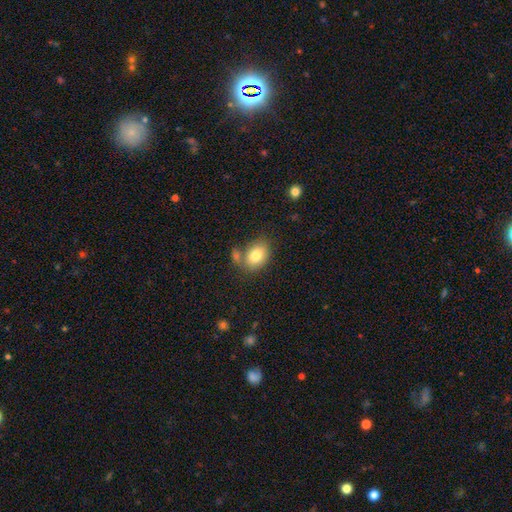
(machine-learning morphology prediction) smooth-or-featured: smooth: 81% | featured or disk: 11% | star or artifact: 8%
  how-rounded: in between: 66% | round: 33% | cigar-shaped: 1%
  merging: none: 55% | merger: 21% | minor disturbance: 17% | major disturbance: 6%